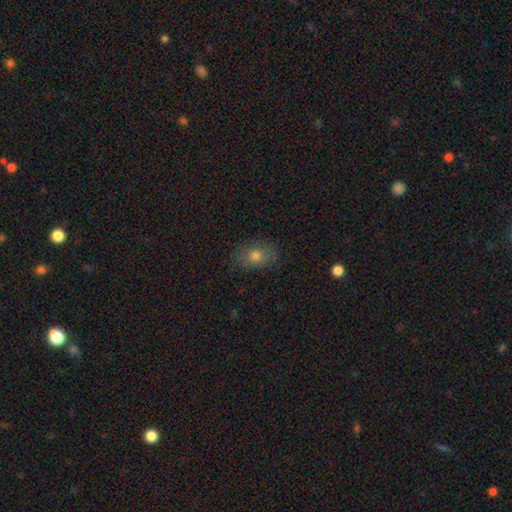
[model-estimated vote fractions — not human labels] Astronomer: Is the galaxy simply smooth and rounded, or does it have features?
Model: smooth — 75%.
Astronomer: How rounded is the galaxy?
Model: in between — 70%.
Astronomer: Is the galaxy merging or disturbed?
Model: none — 82%.